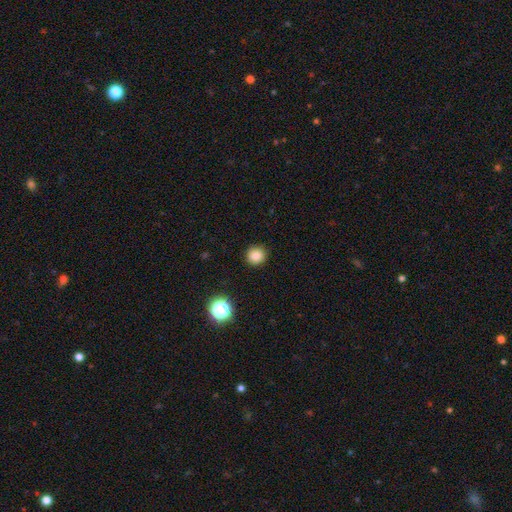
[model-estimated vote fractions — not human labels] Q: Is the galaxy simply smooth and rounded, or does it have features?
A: smooth — 84%.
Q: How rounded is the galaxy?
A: round — 93%.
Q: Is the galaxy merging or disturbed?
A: none — 91%.